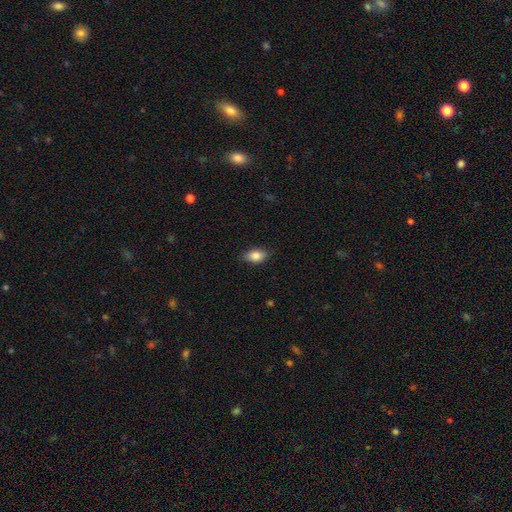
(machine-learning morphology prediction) Smooth or featured: smooth — 85% (featured or disk — 8%)
How rounded: in between — 89% (round — 7%)
Merging: none — 83% (minor disturbance — 13%)